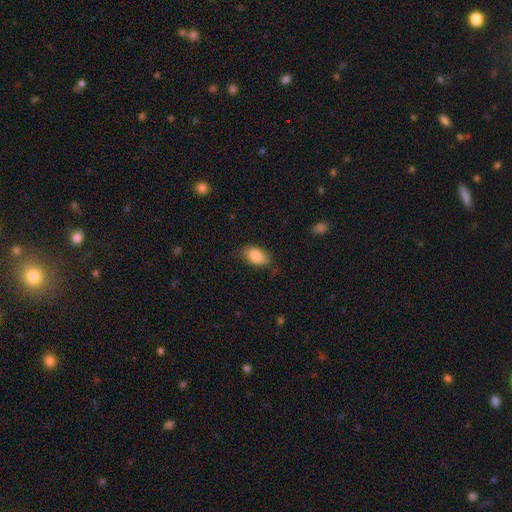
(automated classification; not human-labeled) The model was most divided on "merging": none: 77%, minor disturbance: 18%, major disturbance: 4%, merger: 1%. More confident: how rounded — in between (91%); smooth or featured — smooth (85%).